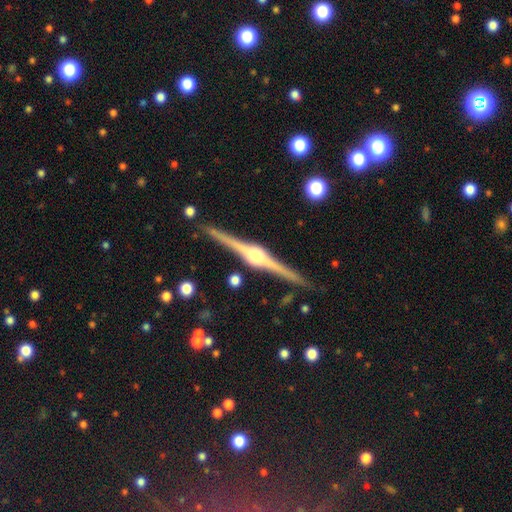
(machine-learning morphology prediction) Smooth or featured? featured or disk (90%)
Edge-on disk? yes (99%)
Edge-on bulge? rounded (93%)
Merging? none (89%)